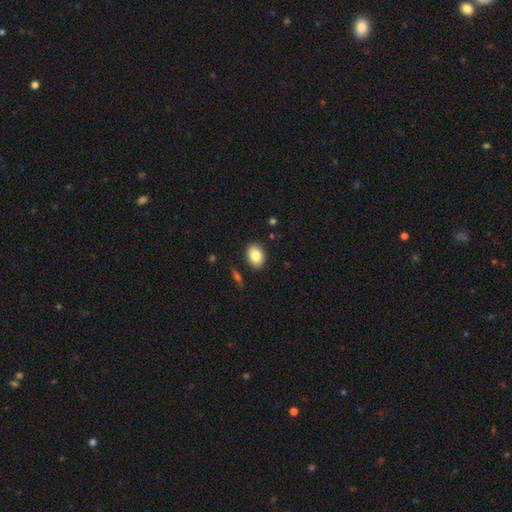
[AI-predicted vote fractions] A smooth galaxy with no disk features (82%) that is in between round and cigar-shaped (75%).

Vote fractions:
- Smooth or featured? smooth: 82% / featured or disk: 10% / star or artifact: 8%
- How rounded? in between: 75% / round: 24% / cigar-shaped: 1%
- Merging? none: 88% / minor disturbance: 8% / major disturbance: 2% / merger: 2%